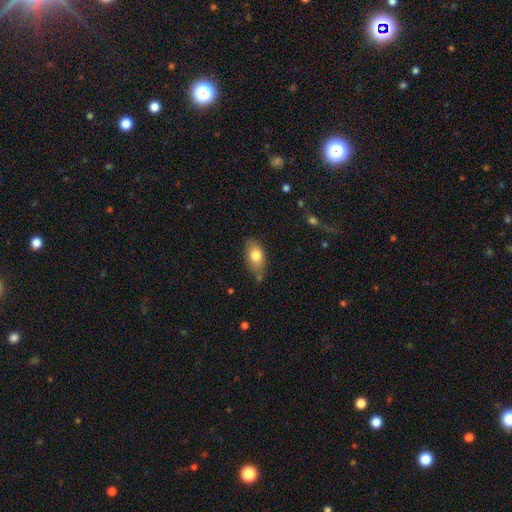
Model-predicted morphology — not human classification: type=smooth (78%); roundness=in between (89%); merging=none (71%).